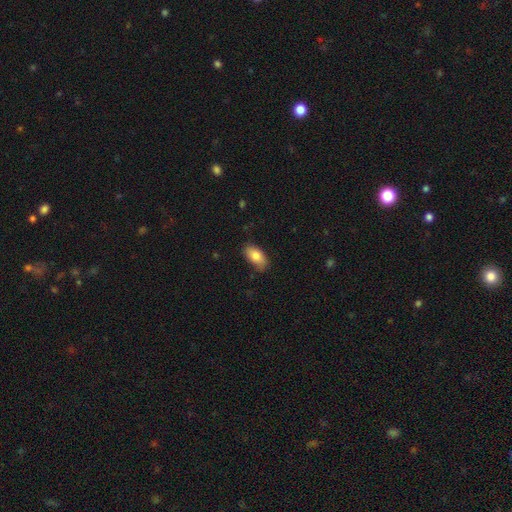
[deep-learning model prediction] smooth 81%, featured or disk 12%, star or artifact 7%. Down the decision tree: how rounded — in between (92%); merging — none (79%).